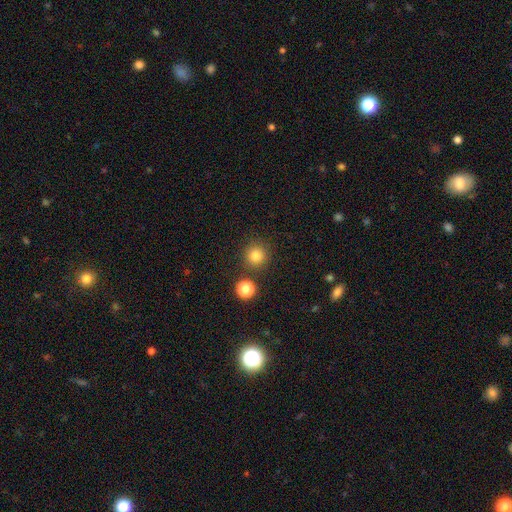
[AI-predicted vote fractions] Q: Smooth or featured?
A: smooth (82%); runner-up: star or artifact (13%)
Q: How rounded?
A: round (94%); runner-up: in between (5%)
Q: Merging?
A: none (85%); runner-up: minor disturbance (7%)